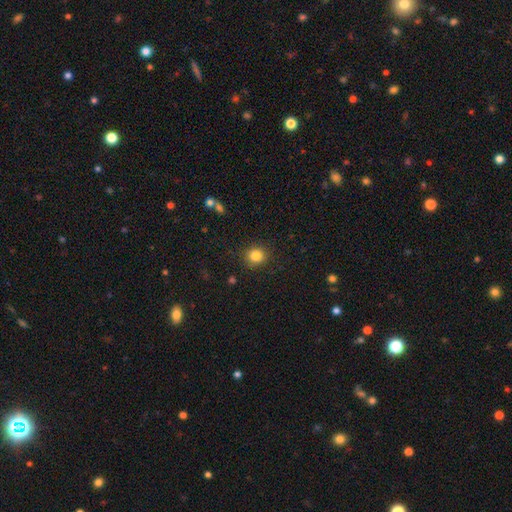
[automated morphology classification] Overall: smooth (84%). How rounded: round (88%). Merging: none (88%).